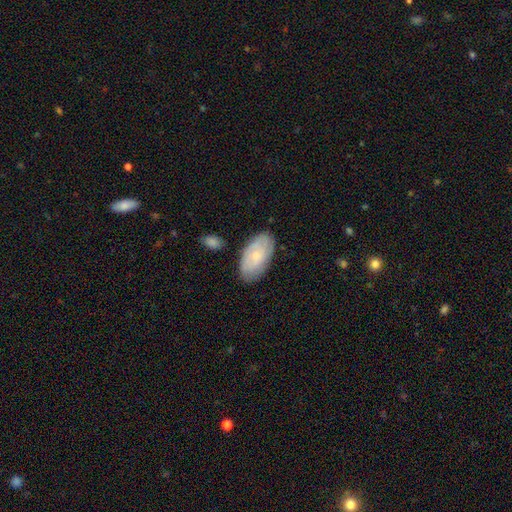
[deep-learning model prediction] smooth-or-featured: smooth: 62% | featured or disk: 31% | star or artifact: 6%
  how-rounded: in between: 95% | round: 3% | cigar-shaped: 2%
  merging: none: 79% | minor disturbance: 15% | major disturbance: 3% | merger: 3%